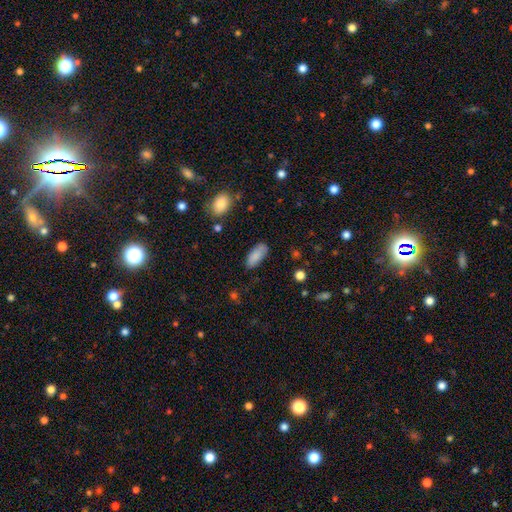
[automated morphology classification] A smooth galaxy with no disk features (86%) that is in between round and cigar-shaped (86%).

Vote fractions:
- Smooth or featured? smooth: 86% / featured or disk: 7% / star or artifact: 7%
- How rounded? in between: 86% / cigar-shaped: 12% / round: 2%
- Merging? none: 80% / minor disturbance: 15% / major disturbance: 3% / merger: 2%